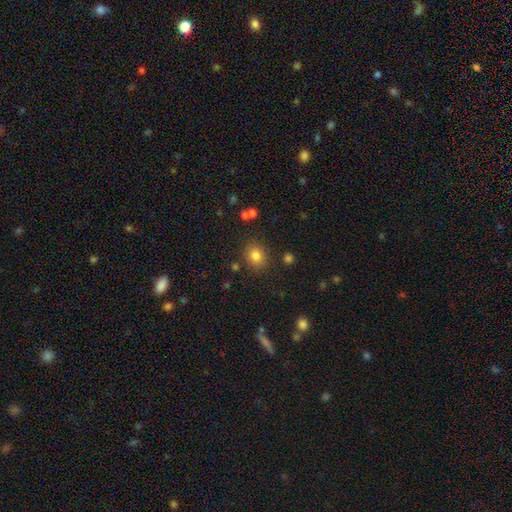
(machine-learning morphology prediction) A smooth galaxy with no disk features (82%) that is round (67%). Merging: none (84%).